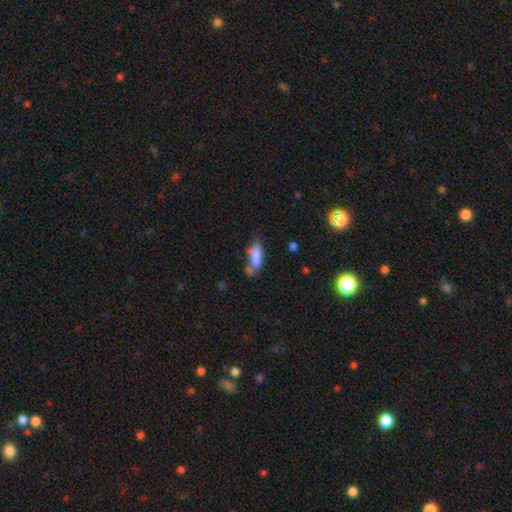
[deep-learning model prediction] smooth-or-featured: smooth: 69% | featured or disk: 22% | star or artifact: 10%
  how-rounded: in between: 63% | cigar-shaped: 34% | round: 3%
  merging: none: 32% | merger: 28% | minor disturbance: 24% | major disturbance: 16%